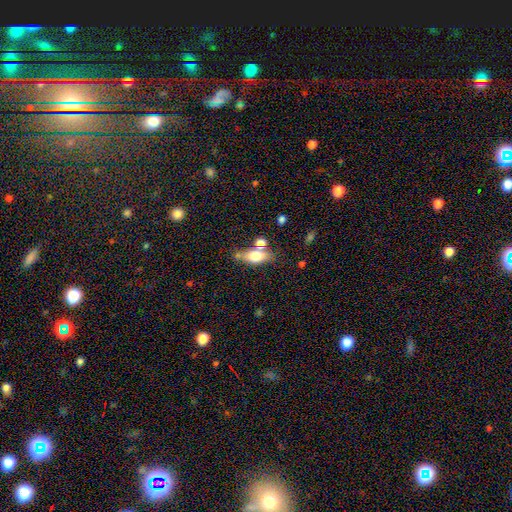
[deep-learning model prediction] smooth_or_featured: smooth (p=0.64) [alt: featured or disk p=0.28]
how_rounded: in between (p=0.70) [alt: cigar-shaped p=0.24]
merging: none (p=0.60) [alt: merger p=0.20]